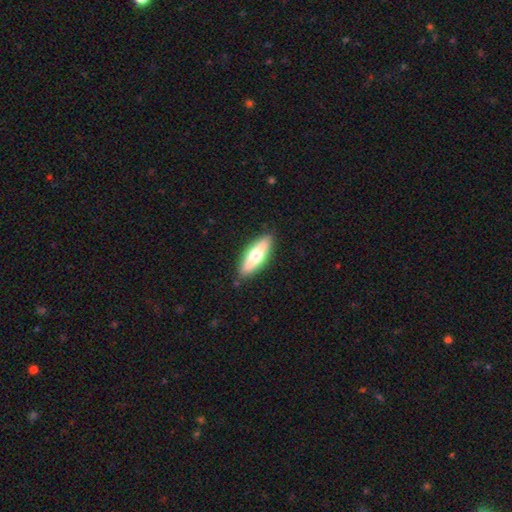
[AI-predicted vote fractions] The model was most divided on "smooth or featured": smooth: 49%, featured or disk: 46%, star or artifact: 6%. More confident: merging — none (88%).